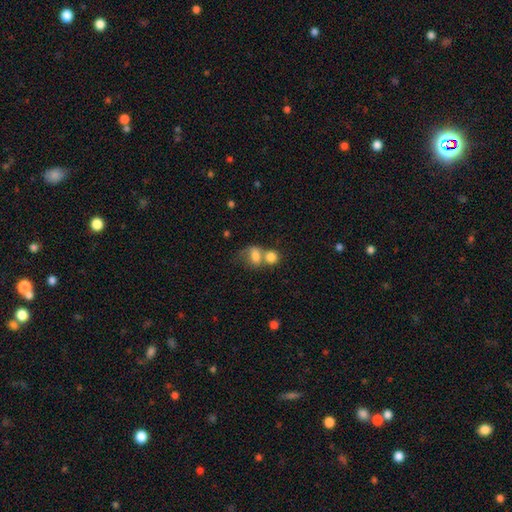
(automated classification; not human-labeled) Q: Smooth or featured?
A: smooth (76%); runner-up: featured or disk (14%)
Q: How rounded?
A: in between (57%); runner-up: round (41%)
Q: Merging?
A: merger (62%); runner-up: none (21%)